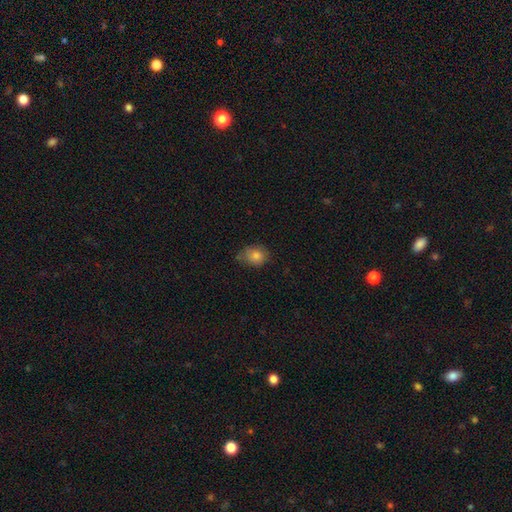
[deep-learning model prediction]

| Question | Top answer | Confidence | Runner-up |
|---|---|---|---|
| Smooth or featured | smooth | 82% | star or artifact (10%) |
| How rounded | round | 58% | in between (41%) |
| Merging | none | 62% | minor disturbance (29%) |